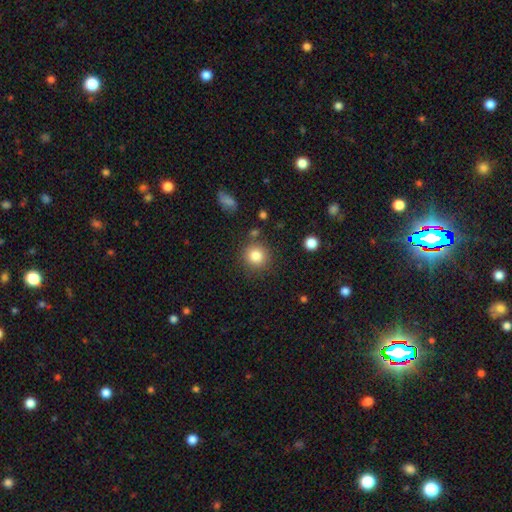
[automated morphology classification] smooth-or-featured: smooth: 84% | star or artifact: 10% | featured or disk: 6%
  how-rounded: round: 91% | in between: 8% | cigar-shaped: 1%
  merging: none: 83% | minor disturbance: 9% | merger: 4% | major disturbance: 3%